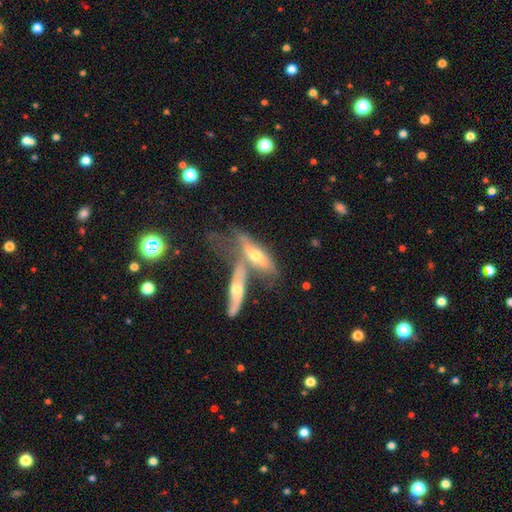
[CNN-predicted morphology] This appears to be a featured or disk galaxy (56%) viewed edge-on (69%). Merging: merger (47%).